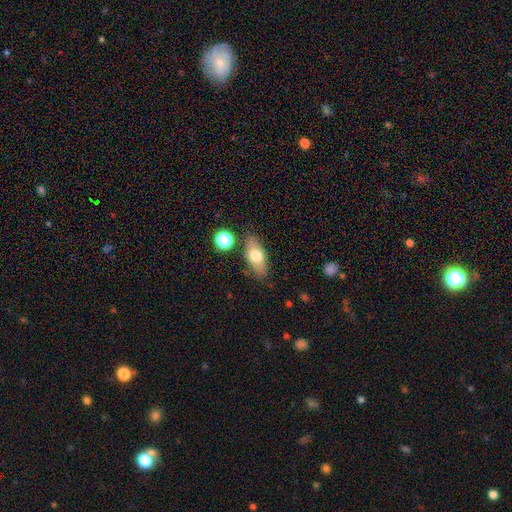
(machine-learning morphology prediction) A smooth galaxy with no disk features (70%) that is in between round and cigar-shaped (84%).

Vote fractions:
- Smooth or featured? smooth: 70% / featured or disk: 23% / star or artifact: 7%
- How rounded? in between: 84% / cigar-shaped: 10% / round: 6%
- Merging? none: 77% / minor disturbance: 15% / merger: 5% / major disturbance: 4%